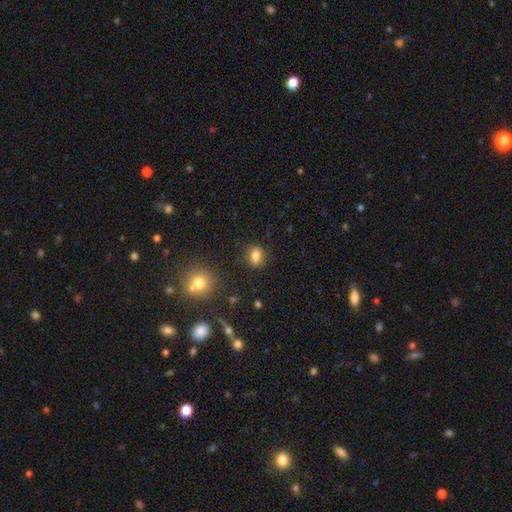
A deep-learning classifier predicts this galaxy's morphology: Smooth or featured? Predicted: smooth (p=0.77). How rounded? Predicted: in between (p=0.60). Merging? Predicted: none (p=0.84).